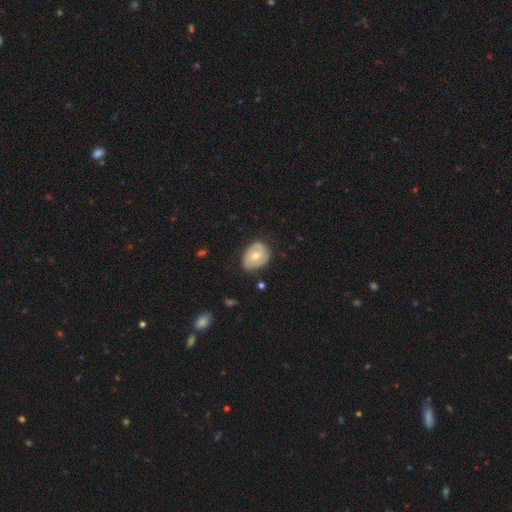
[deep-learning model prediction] smooth 58%, featured or disk 36%, star or artifact 6%. Down the decision tree: how rounded — in between (68%); merging — none (68%).